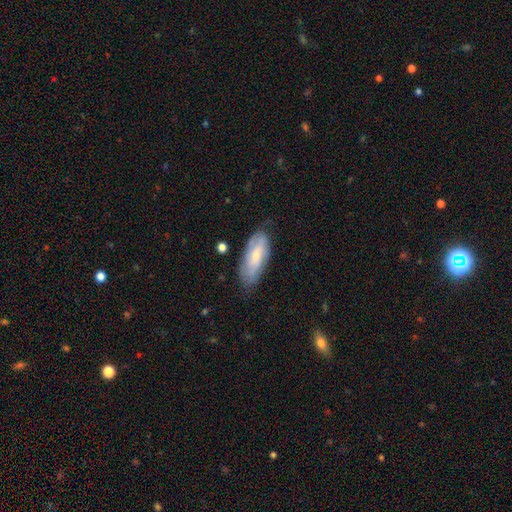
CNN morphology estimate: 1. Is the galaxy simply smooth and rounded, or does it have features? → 54% smooth, 40% featured or disk, 7% star or artifact.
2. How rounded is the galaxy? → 75% in between, 23% cigar-shaped, 2% round.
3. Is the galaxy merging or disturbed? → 69% none, 24% minor disturbance, 6% major disturbance, 2% merger.